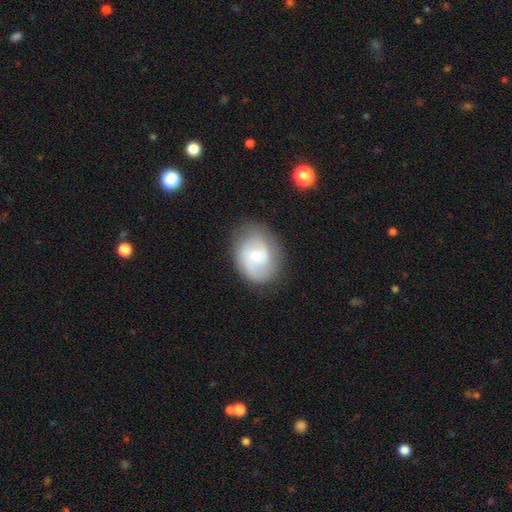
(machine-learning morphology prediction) Smooth or featured: featured or disk — 51% (smooth — 41%)
Edge-on disk: no — 96% (yes — 4%)
Merging: none — 75% (minor disturbance — 17%)